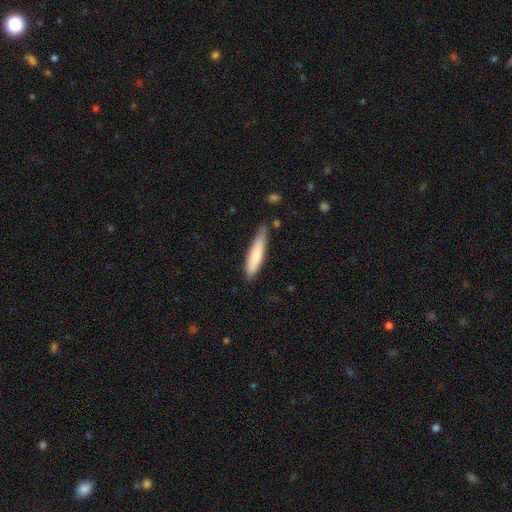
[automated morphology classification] smooth 79%, featured or disk 16%, star or artifact 5%. Down the decision tree: how rounded — cigar-shaped (84%); merging — none (74%).